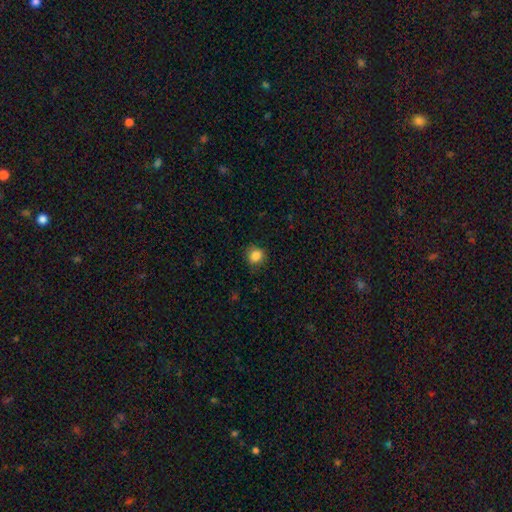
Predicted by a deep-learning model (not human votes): smooth-or-featured: smooth: 86% | star or artifact: 10% | featured or disk: 4%
  how-rounded: round: 83% | in between: 16% | cigar-shaped: 1%
  merging: none: 83% | minor disturbance: 13% | major disturbance: 3% | merger: 1%